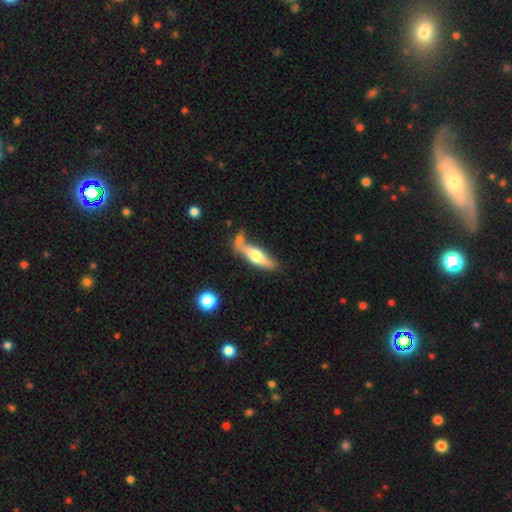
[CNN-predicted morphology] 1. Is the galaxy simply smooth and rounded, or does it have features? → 49% smooth, 46% featured or disk, 6% star or artifact.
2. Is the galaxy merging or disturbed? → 54% none, 24% merger, 16% minor disturbance, 6% major disturbance.